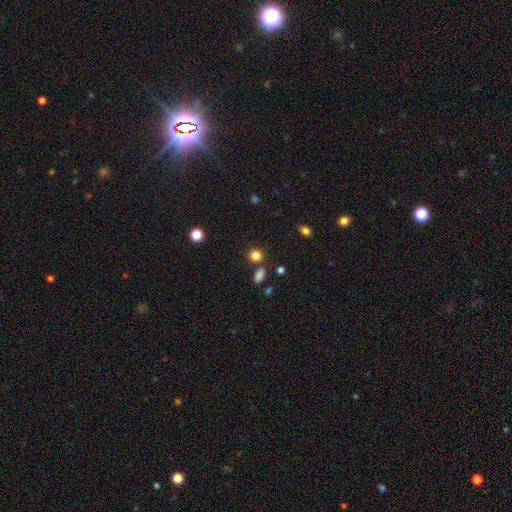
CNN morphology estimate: The model was most divided on "how rounded": round: 79%, in between: 20%, cigar-shaped: 1%. More confident: smooth or featured — smooth (83%); merging — none (73%).